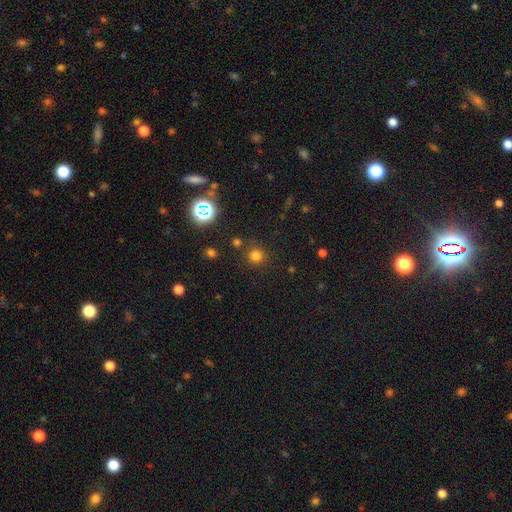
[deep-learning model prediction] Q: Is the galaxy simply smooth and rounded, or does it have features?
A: smooth — 73%.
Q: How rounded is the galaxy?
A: round — 94%.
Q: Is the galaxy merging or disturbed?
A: none — 82%.